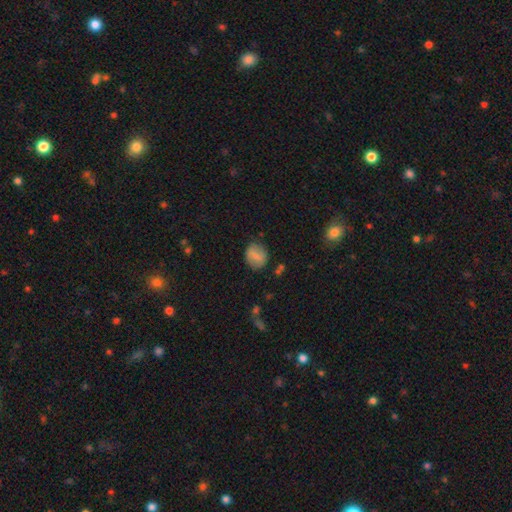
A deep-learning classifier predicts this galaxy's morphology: Overall: smooth (71%). How rounded: round (65%; in between 34%). Merging: none (80%).